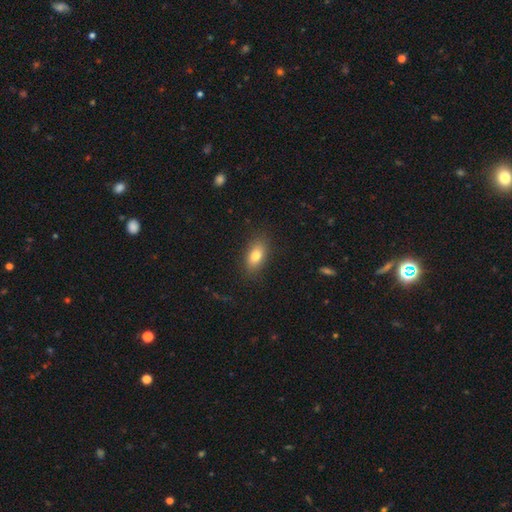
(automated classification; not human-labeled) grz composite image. It shows a smooth galaxy with no disk features (80%) that is in between round and cigar-shaped (87%). Merging: none (84%).